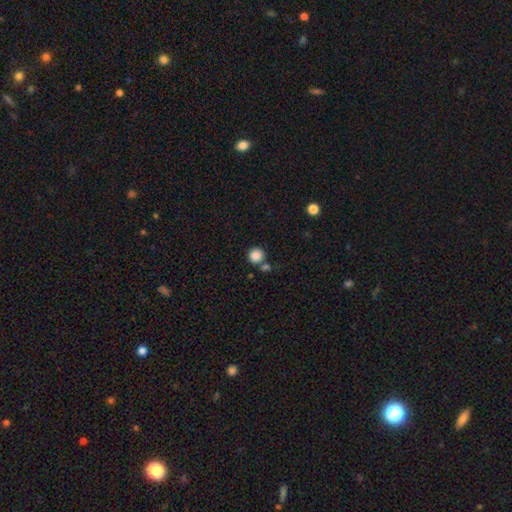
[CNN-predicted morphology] Smooth or featured: smooth — 86% (star or artifact — 10%)
How rounded: round — 93% (in between — 6%)
Merging: none — 69% (merger — 18%)